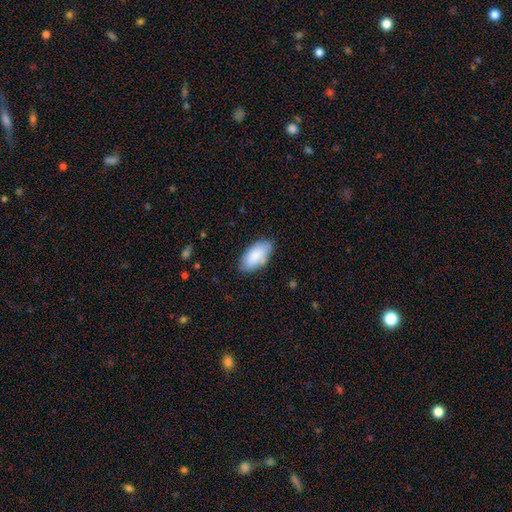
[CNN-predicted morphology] A smooth galaxy with no disk features (87%) that is in between round and cigar-shaped (94%). Merging: none (78%).